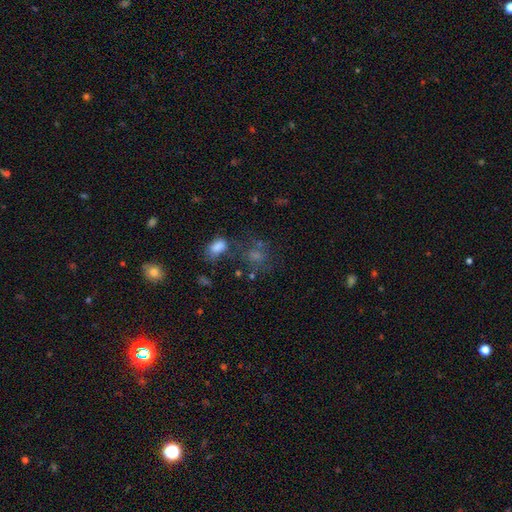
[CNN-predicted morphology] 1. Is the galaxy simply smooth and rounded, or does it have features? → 53% smooth, 28% star or artifact, 19% featured or disk.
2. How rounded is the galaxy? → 53% round, 45% in between, 2% cigar-shaped.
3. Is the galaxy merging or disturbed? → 51% none, 17% merger, 17% minor disturbance, 14% major disturbance.